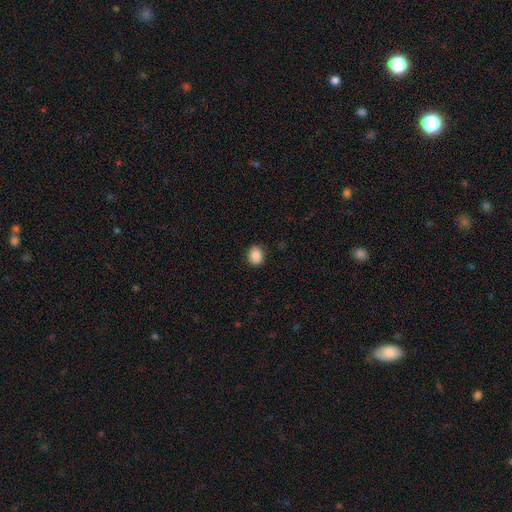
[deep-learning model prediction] A smooth galaxy with no disk features (88%) that is round (52%).

Vote fractions:
- Smooth or featured? smooth: 88% / star or artifact: 8% / featured or disk: 3%
- How rounded? round: 52% / in between: 47% / cigar-shaped: 1%
- Merging? none: 89% / minor disturbance: 8% / major disturbance: 2% / merger: 1%